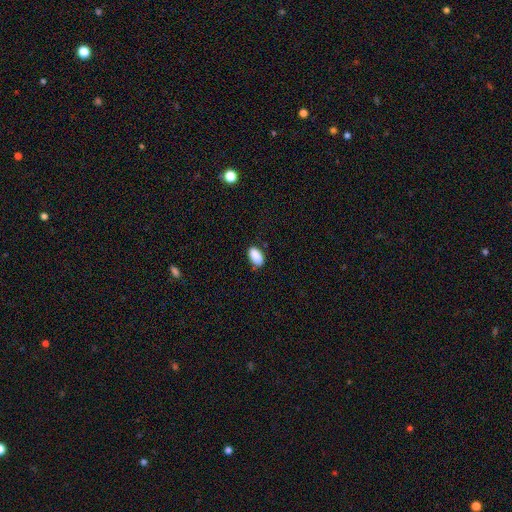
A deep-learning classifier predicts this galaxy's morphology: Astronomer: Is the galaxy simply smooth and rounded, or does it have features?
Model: smooth — 89%.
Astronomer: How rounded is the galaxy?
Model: in between — 93%.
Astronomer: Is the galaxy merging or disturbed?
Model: none — 81%.